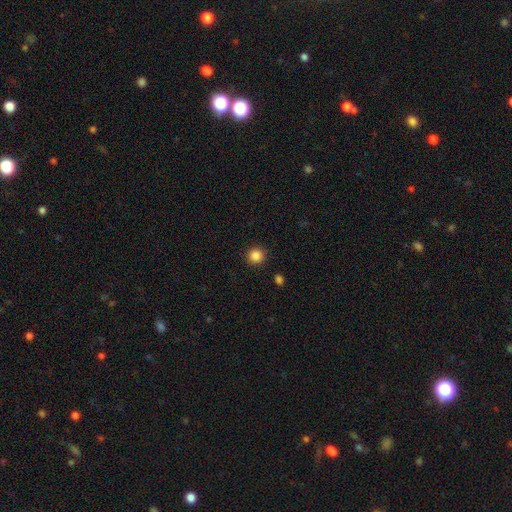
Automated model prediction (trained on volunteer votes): A smooth galaxy with no disk features (86%) that is round (94%). Merging: none (92%).